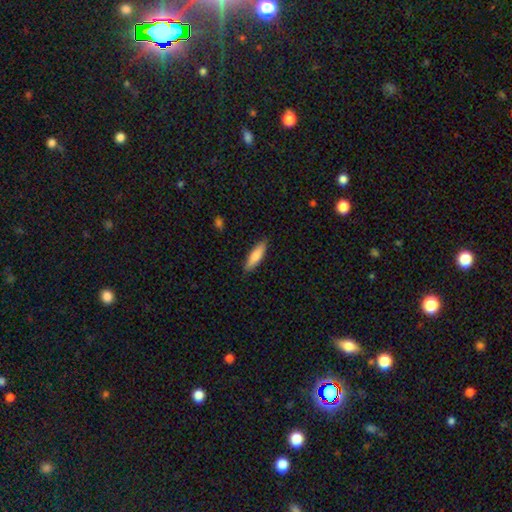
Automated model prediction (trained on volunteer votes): Smooth or featured: smooth — 80% (featured or disk — 15%)
How rounded: cigar-shaped — 64% (in between — 35%)
Merging: none — 88% (minor disturbance — 9%)